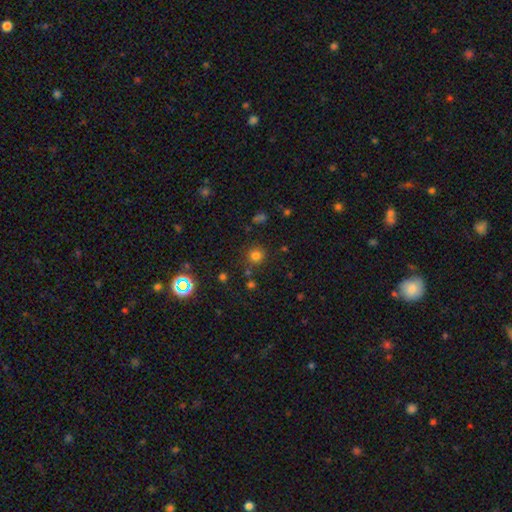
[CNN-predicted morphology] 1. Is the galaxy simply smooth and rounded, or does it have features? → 75% smooth, 19% star or artifact, 6% featured or disk.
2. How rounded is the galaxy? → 92% round, 7% in between, 1% cigar-shaped.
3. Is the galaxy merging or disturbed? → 82% none, 9% minor disturbance, 5% merger, 4% major disturbance.